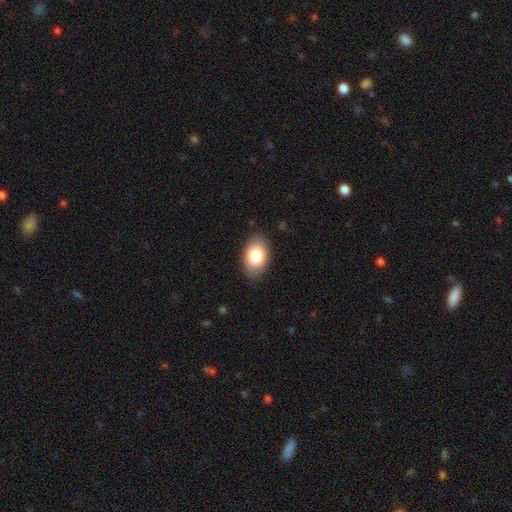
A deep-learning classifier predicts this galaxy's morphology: A smooth galaxy with no disk features (82%) that is in between round and cigar-shaped (90%).

Vote fractions:
- Smooth or featured? smooth: 82% / featured or disk: 11% / star or artifact: 7%
- How rounded? in between: 90% / round: 9% / cigar-shaped: 1%
- Merging? none: 86% / minor disturbance: 10% / major disturbance: 2% / merger: 1%